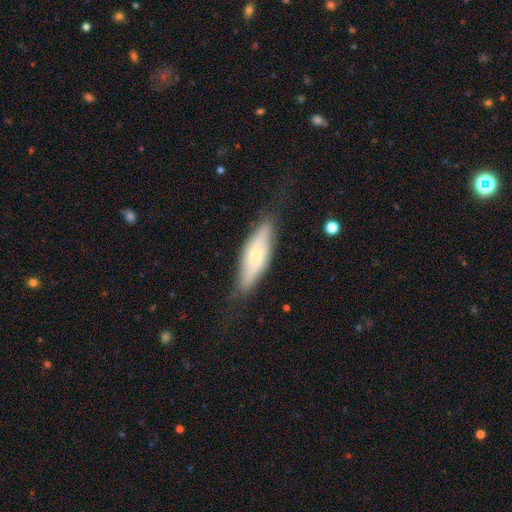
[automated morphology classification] A smooth galaxy with no disk features (47%). Merging: none (72%).